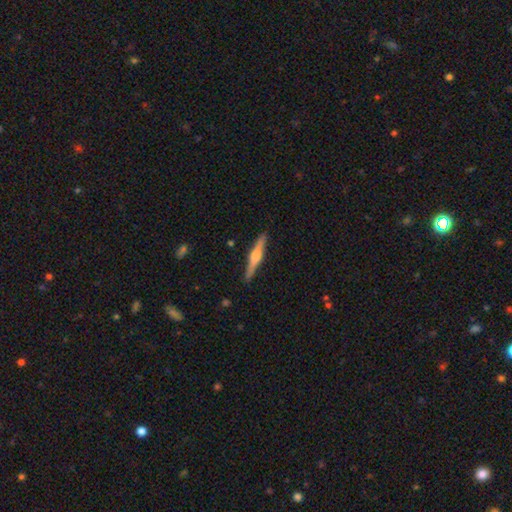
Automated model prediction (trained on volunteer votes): Morphology: type=featured or disk (65%); edge-on=yes (98%); edge-on bulge=rounded (82%); merging=none (90%).